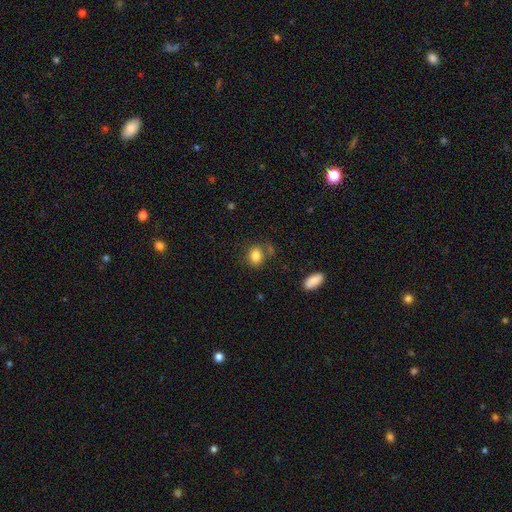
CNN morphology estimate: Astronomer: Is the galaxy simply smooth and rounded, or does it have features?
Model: smooth — 83%.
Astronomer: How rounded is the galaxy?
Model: in between — 52% (runner-up: round, 47%).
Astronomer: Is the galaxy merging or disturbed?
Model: none — 70%.